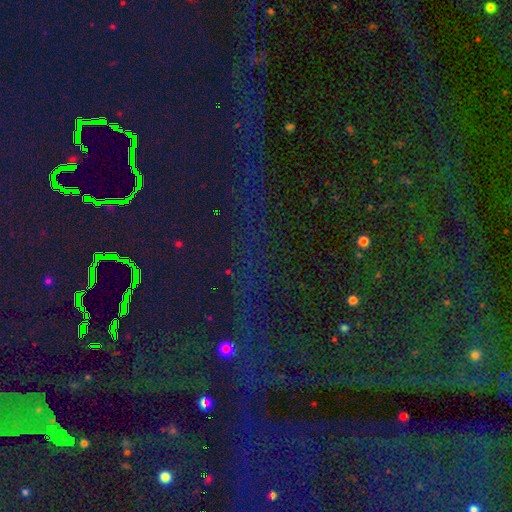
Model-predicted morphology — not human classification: Q: Smooth or featured?
A: star or artifact (84%); runner-up: featured or disk (8%)